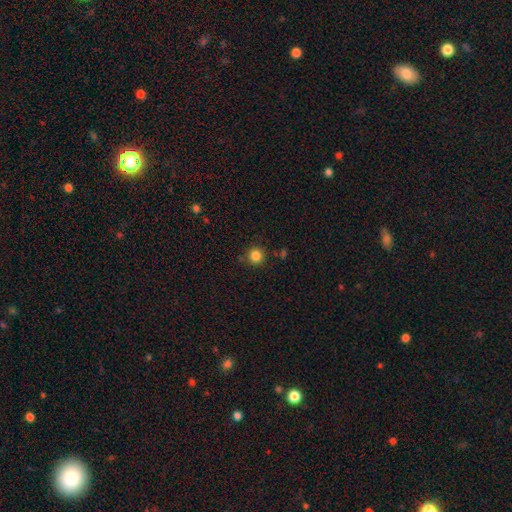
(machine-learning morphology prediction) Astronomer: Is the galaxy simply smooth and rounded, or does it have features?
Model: smooth — 84%.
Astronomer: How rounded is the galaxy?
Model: round — 94%.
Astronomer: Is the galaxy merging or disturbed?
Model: none — 86%.